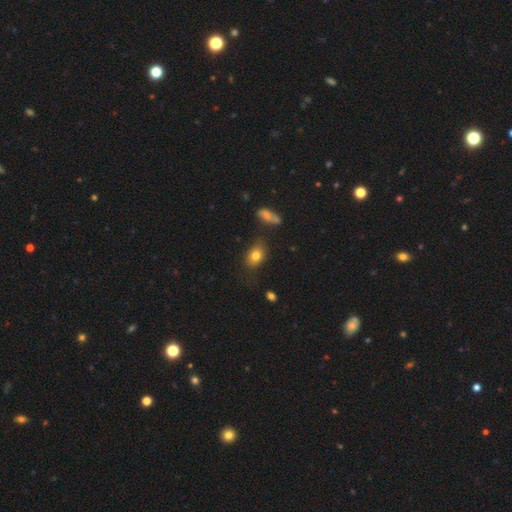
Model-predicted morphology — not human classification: A smooth galaxy with no disk features (79%) that is in between round and cigar-shaped (70%). Merging: none (73%).